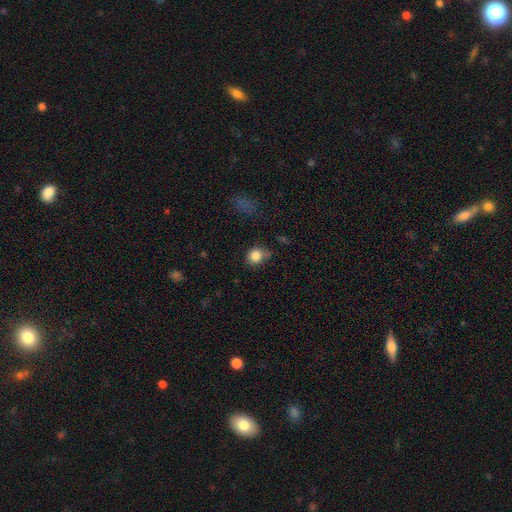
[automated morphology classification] smooth_or_featured: smooth (p=0.84) [alt: star or artifact p=0.10]
how_rounded: round (p=0.76) [alt: in between p=0.23]
merging: none (p=0.62) [alt: minor disturbance p=0.27]